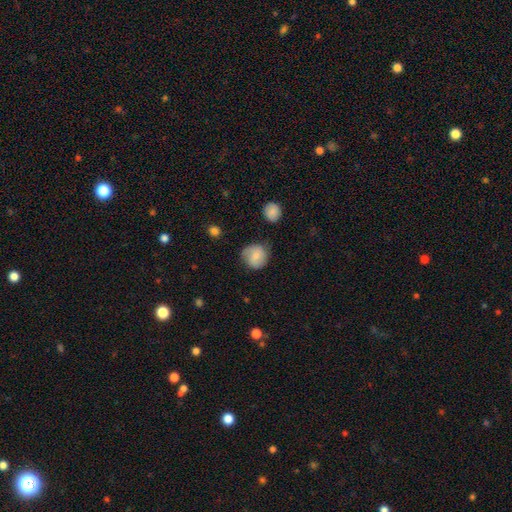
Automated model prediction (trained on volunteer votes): This appears to be a smooth galaxy with no disk features (68%) that is round (86%). Merging: none (62%).